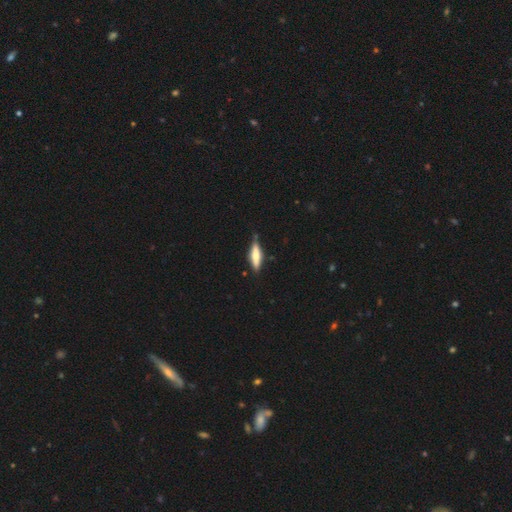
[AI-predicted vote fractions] This is possibly a smooth galaxy (53%). How rounded: likely cigar-shaped (69%). Merging: clearly none (81%).